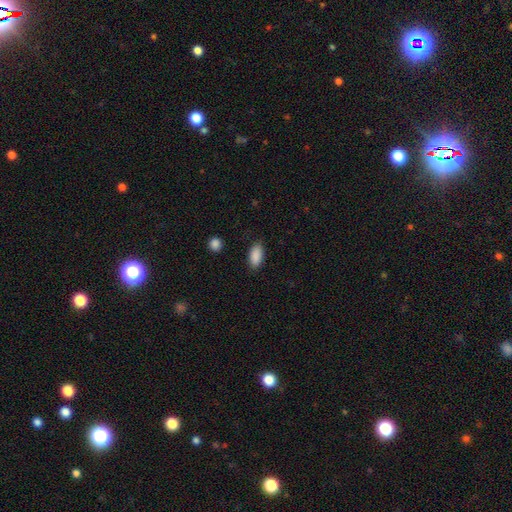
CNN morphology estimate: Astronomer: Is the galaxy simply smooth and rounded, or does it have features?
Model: smooth — 90%.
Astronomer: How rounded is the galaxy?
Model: in between — 91%.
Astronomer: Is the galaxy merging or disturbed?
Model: none — 87%.